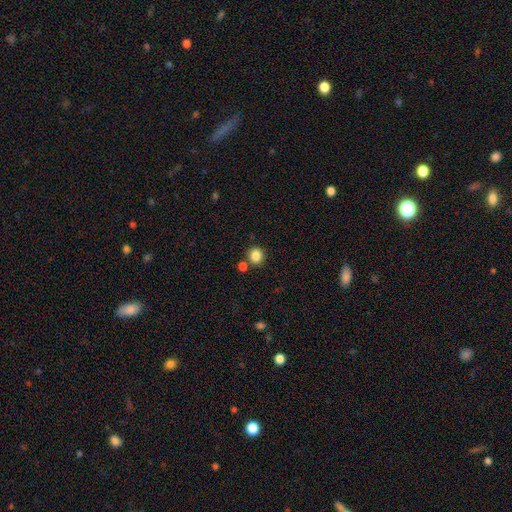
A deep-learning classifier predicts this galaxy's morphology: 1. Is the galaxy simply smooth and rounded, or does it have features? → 85% smooth, 11% star or artifact, 5% featured or disk.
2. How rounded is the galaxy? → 80% round, 19% in between, 1% cigar-shaped.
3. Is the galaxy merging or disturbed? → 77% none, 12% merger, 9% minor disturbance, 3% major disturbance.